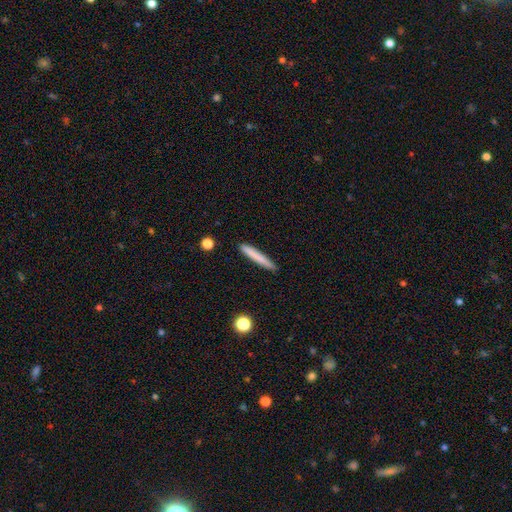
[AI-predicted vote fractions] A smooth galaxy with no disk features (76%) that is cigar-shaped (96%).

Vote fractions:
- Smooth or featured? smooth: 76% / featured or disk: 17% / star or artifact: 6%
- How rounded? cigar-shaped: 96% / in between: 3% / round: 1%
- Merging? none: 89% / minor disturbance: 8% / major disturbance: 2% / merger: 1%